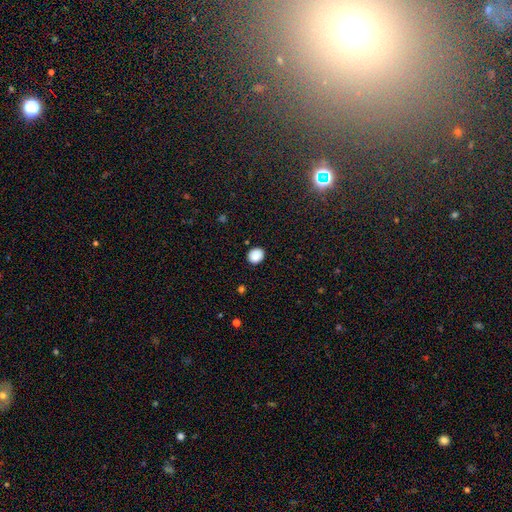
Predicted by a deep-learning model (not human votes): Smooth or featured? smooth (87%)
How rounded? round (69%)
Merging? none (87%)